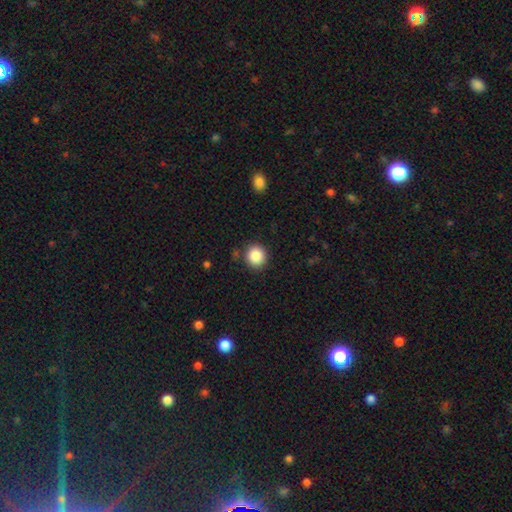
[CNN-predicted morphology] type=smooth (87%); roundness=round (91%); merging=none (88%).